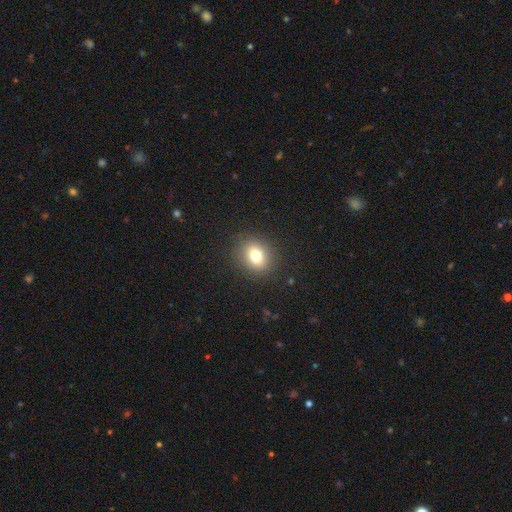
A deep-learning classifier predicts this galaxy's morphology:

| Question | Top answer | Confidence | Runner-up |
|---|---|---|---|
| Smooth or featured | smooth | 76% | star or artifact (13%) |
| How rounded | round | 63% | in between (36%) |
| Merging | none | 89% | minor disturbance (7%) |